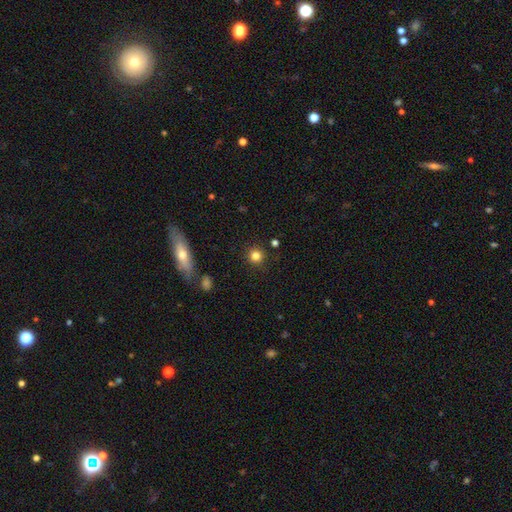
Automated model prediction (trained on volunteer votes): Smooth or featured? Predicted: smooth (p=0.81). How rounded? Predicted: round (p=0.94). Merging? Predicted: none (p=0.89).